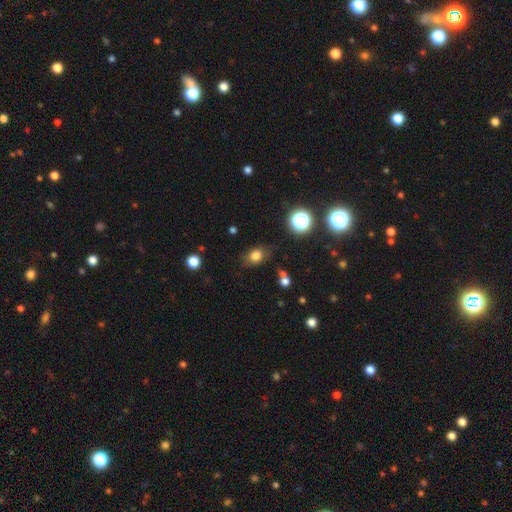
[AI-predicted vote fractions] smooth 77%, star or artifact 14%, featured or disk 8%. Down the decision tree: how rounded — in between (61%); merging — none (74%).